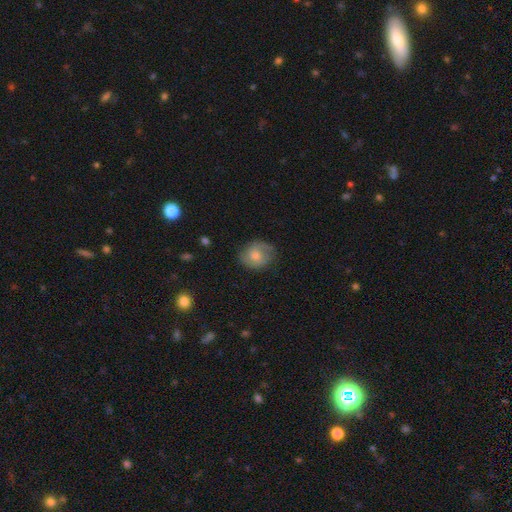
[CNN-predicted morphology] smooth 57%, featured or disk 35%, star or artifact 8%. Down the decision tree: how rounded — round (68%); merging — none (68%).